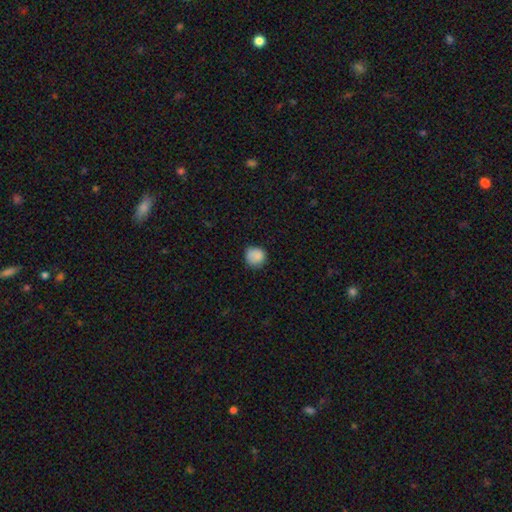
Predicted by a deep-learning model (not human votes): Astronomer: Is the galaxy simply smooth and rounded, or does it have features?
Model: smooth — 85%.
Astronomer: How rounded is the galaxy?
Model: round — 89%.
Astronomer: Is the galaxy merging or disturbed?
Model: none — 74%.